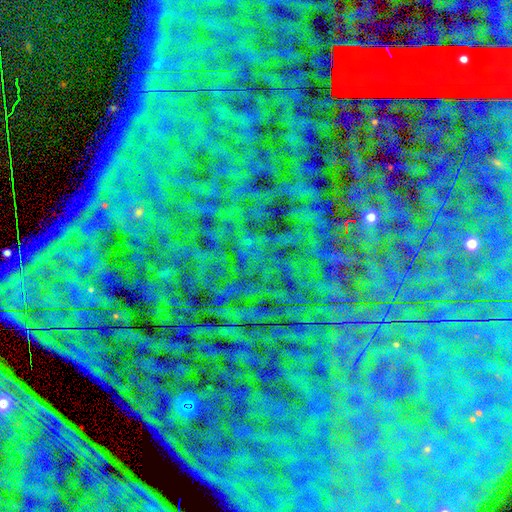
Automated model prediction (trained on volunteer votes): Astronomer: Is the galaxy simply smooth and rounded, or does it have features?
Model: star or artifact — 85%.